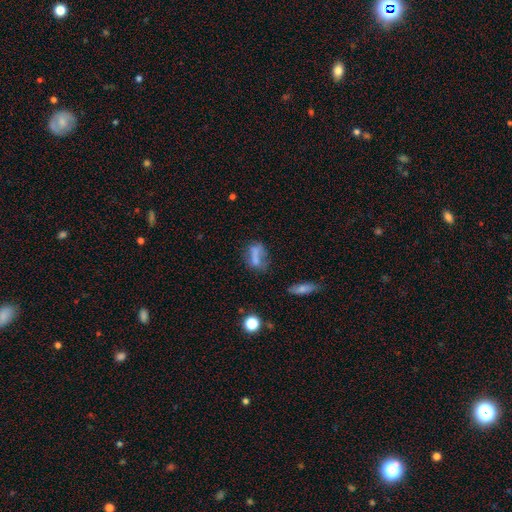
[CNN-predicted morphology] Smooth or featured?
  - smooth: 60% *
  - featured or disk: 27%
  - star or artifact: 13%
How rounded?
  - in between: 70% *
  - round: 15%
  - cigar-shaped: 15%
Merging?
  - none: 39% *
  - minor disturbance: 23%
  - major disturbance: 22%
  - merger: 16%